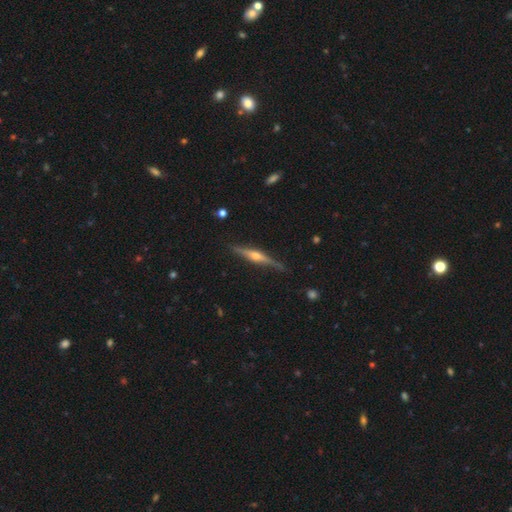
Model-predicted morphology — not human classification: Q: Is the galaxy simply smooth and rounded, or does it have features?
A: featured or disk — 78%.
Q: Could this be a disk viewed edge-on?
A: yes — 97%.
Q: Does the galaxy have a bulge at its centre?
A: rounded — 91%.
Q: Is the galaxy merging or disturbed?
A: none — 83%.